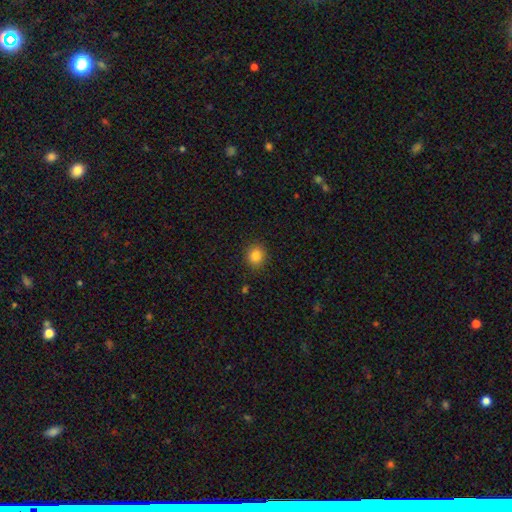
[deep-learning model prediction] Smooth or featured? smooth (84%)
How rounded? round (78%)
Merging? none (89%)